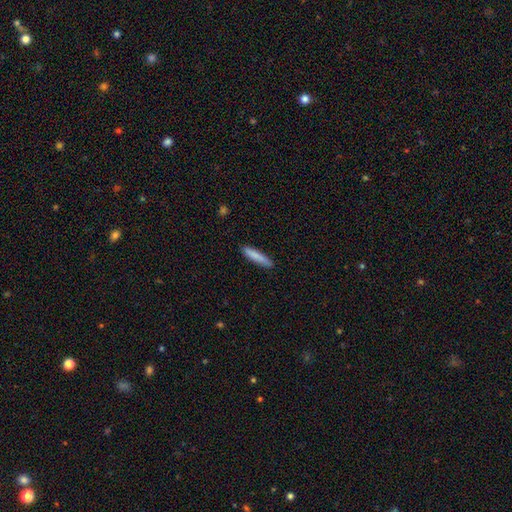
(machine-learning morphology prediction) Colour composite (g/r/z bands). It shows a smooth galaxy with no disk features (84%) that is cigar-shaped (88%). Merging: none (88%).